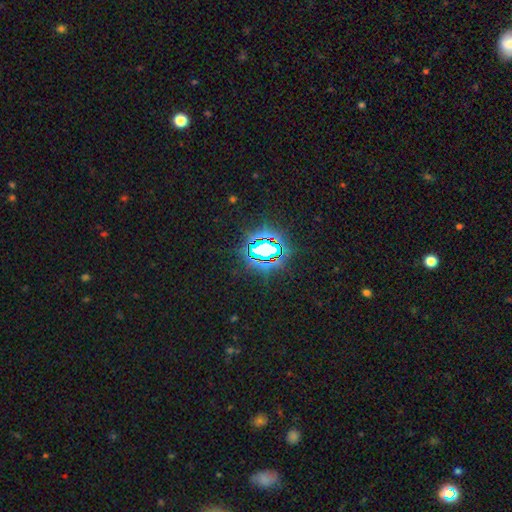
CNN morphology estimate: Smooth or featured?
  - star or artifact: 78% *
  - smooth: 13%
  - featured or disk: 9%